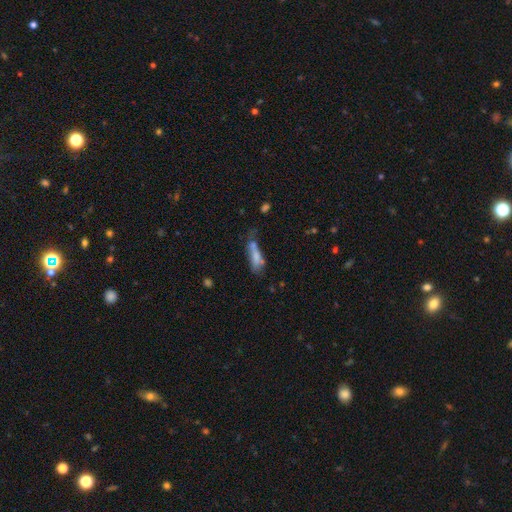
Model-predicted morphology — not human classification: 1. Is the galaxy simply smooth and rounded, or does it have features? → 66% smooth, 23% featured or disk, 10% star or artifact.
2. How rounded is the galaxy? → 50% cigar-shaped, 47% in between, 3% round.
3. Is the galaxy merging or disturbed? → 28% none, 24% merger, 24% minor disturbance, 24% major disturbance.